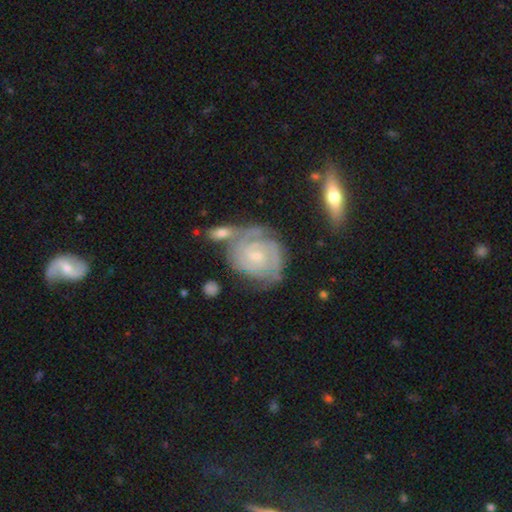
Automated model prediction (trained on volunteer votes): Smooth or featured? featured or disk (85%)
Edge-on disk? no (97%)
Bar? no (61%)
Spiral arms? yes (96%)
Spiral winding? tight (76%)
Spiral arm count? 2 (43%)
Bulge size? small (67%)
Merging? none (57%)